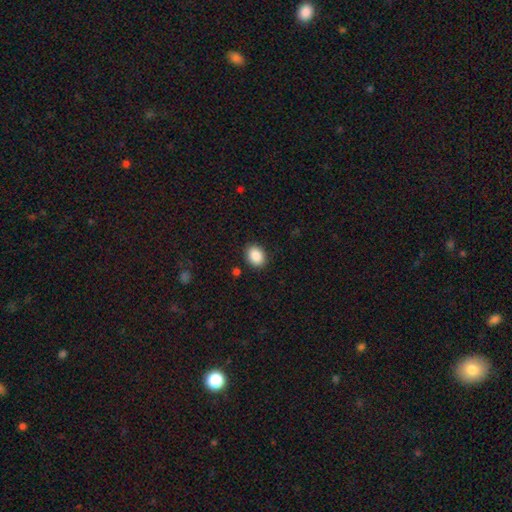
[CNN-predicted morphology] A smooth galaxy with no disk features (89%) that is in between round and cigar-shaped (61%). Merging: none (89%).